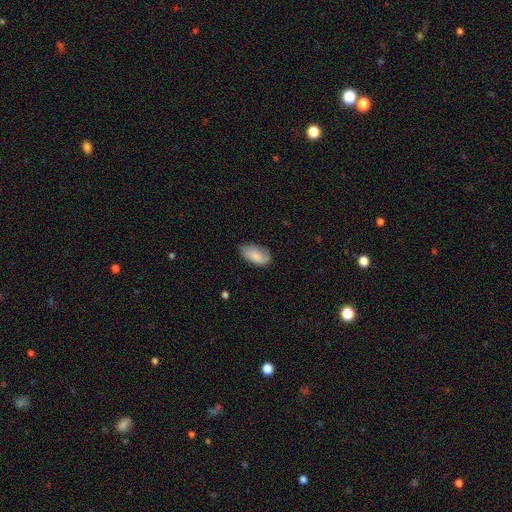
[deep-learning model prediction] smooth 73%, featured or disk 20%, star or artifact 7%. Down the decision tree: how rounded — in between (94%); merging — none (64%).